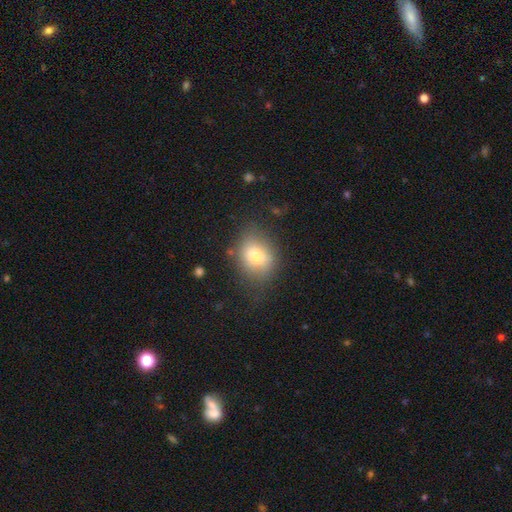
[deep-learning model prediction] This is likely a smooth galaxy (74%). How rounded: possibly round (54%). Merging: likely none (68%).